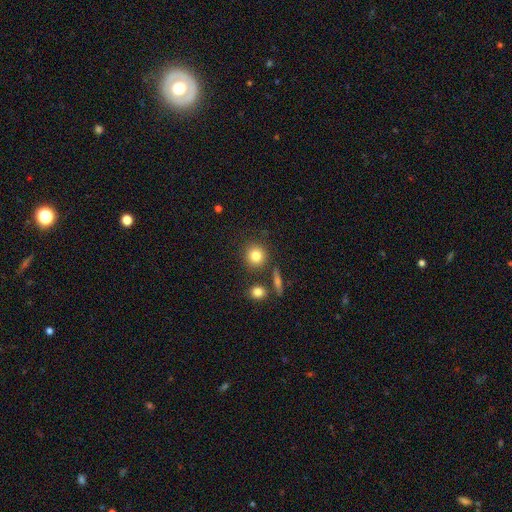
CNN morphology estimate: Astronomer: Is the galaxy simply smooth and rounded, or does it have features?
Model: smooth — 82%.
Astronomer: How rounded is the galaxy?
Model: round — 88%.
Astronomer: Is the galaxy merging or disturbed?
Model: none — 81%.